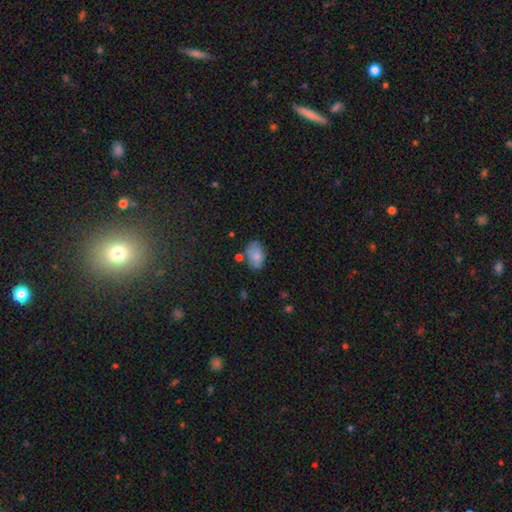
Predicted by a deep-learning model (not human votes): This appears to be a smooth galaxy with no disk features (74%) that is in between round and cigar-shaped (87%). Merging: none (65%).